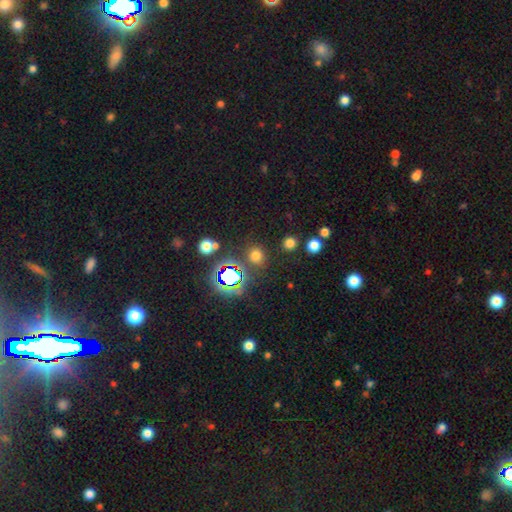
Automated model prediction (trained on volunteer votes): smooth-or-featured: smooth: 66% | star or artifact: 28% | featured or disk: 6%
  how-rounded: round: 83% | in between: 16% | cigar-shaped: 1%
  merging: none: 84% | minor disturbance: 8% | merger: 5% | major disturbance: 4%